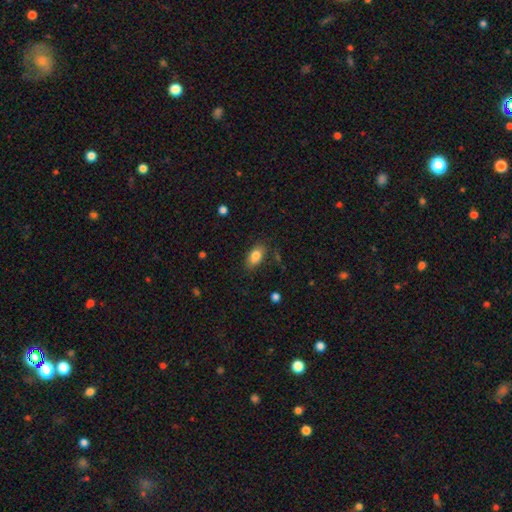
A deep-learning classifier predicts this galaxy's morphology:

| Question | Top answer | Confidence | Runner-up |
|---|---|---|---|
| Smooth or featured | smooth | 82% | featured or disk (10%) |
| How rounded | in between | 90% | round (7%) |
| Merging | none | 80% | minor disturbance (14%) |